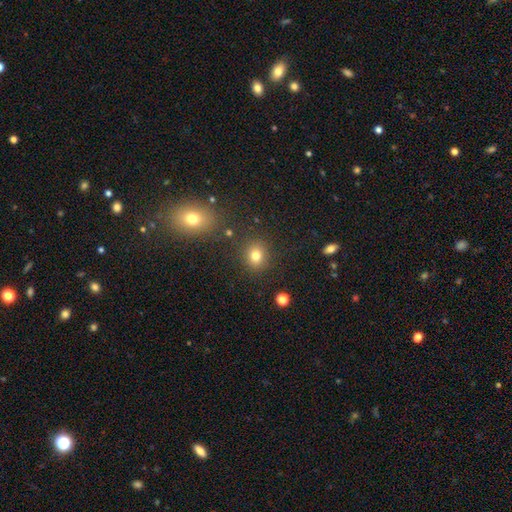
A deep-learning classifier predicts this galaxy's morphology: Smooth or featured: smooth — 78% (star or artifact — 15%)
How rounded: round — 77% (in between — 21%)
Merging: none — 85% (minor disturbance — 8%)